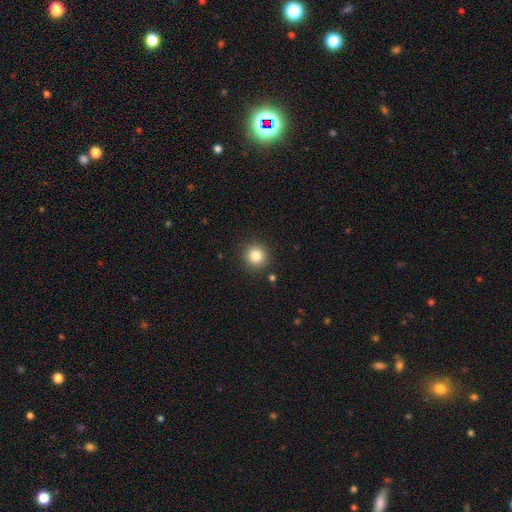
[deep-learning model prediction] Smooth or featured? Predicted: smooth (p=0.83). How rounded? Predicted: round (p=0.94). Merging? Predicted: none (p=0.90).